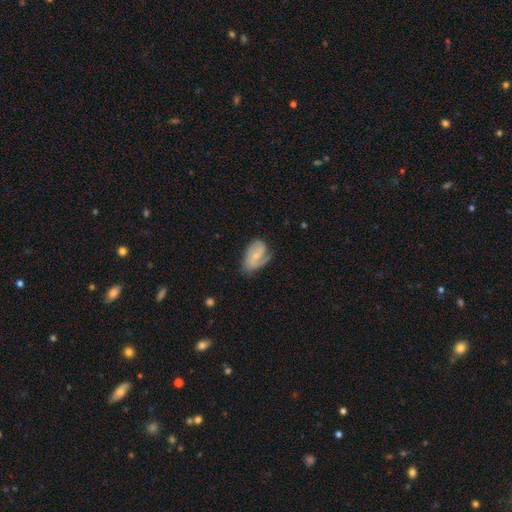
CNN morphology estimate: Overall: featured or disk (62%; smooth 32%). Edge-on disk: no (96%). Bar: no (53%; weak 37%). Spiral arms: yes (85%). Spiral arm count: 2 (46%; 1 29%). Spiral winding: medium (40%; tight 34%). Bulge size: small (62%; moderate 29%). Merging: none (46%; minor disturbance 31%).